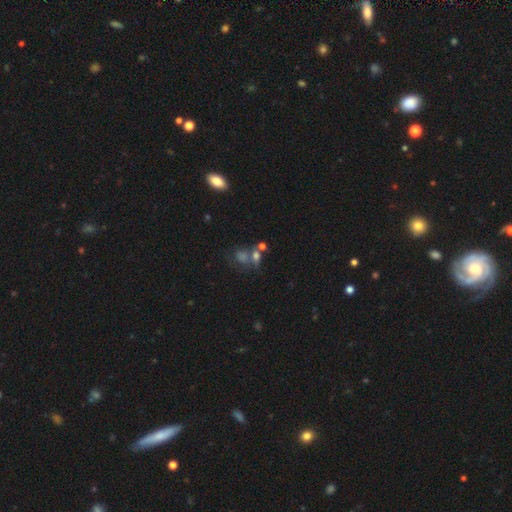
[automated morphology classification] Smooth or featured: smooth — 61% (star or artifact — 21%)
How rounded: in between — 57% (round — 38%)
Merging: merger — 39% (none — 36%)